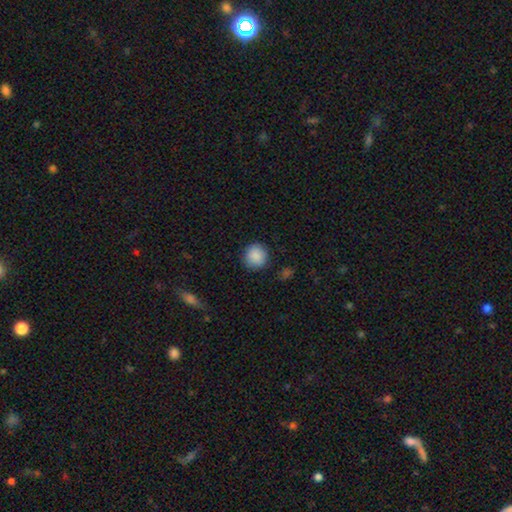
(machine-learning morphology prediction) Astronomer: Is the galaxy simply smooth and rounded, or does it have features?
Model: smooth — 88%.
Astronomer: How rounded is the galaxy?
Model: round — 90%.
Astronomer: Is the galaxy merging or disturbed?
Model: none — 87%.